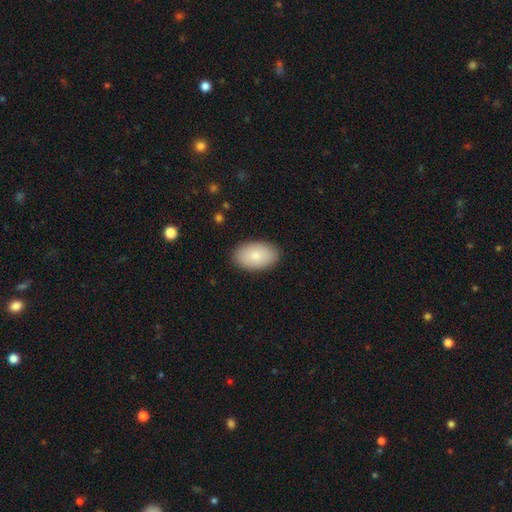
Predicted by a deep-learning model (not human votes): Overall: smooth (84%). How rounded: in between (93%). Merging: none (88%).